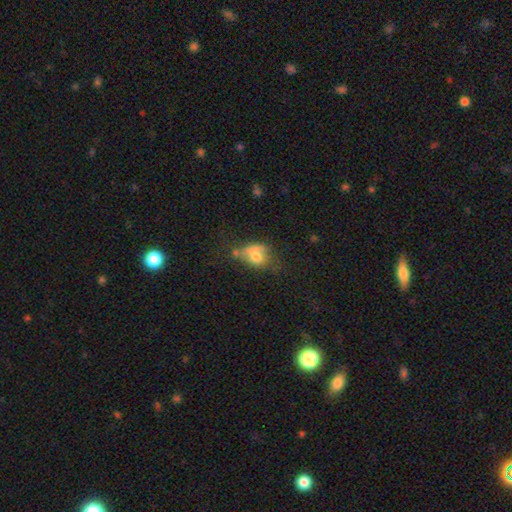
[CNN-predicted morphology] smooth-or-featured: smooth: 66% | featured or disk: 22% | star or artifact: 12%
  how-rounded: in between: 58% | round: 40% | cigar-shaped: 2%
  merging: none: 30% | minor disturbance: 28% | major disturbance: 26% | merger: 16%